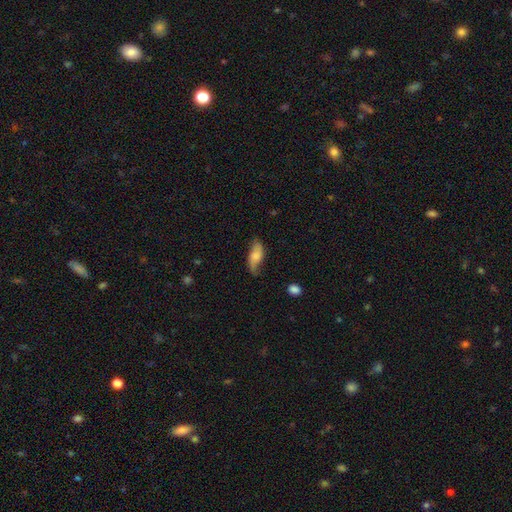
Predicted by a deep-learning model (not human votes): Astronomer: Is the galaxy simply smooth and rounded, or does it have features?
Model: smooth — 57% (runner-up: featured or disk, 36%).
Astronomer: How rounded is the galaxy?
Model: in between — 80%.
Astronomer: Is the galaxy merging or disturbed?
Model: none — 57%.